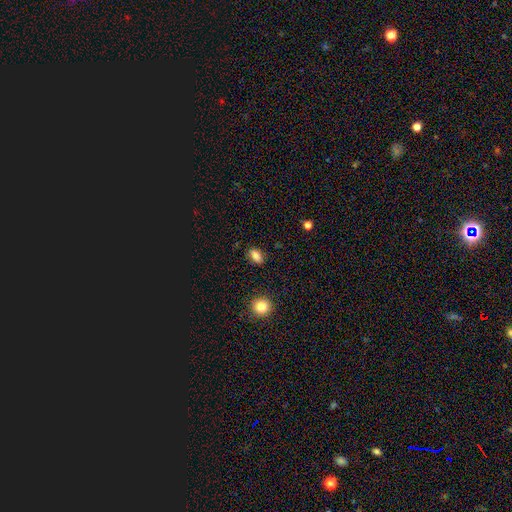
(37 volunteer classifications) smooth_or_featured: smooth (p=0.95) [alt: featured or disk p=0.03]
how_rounded: in between (p=0.80) [alt: round p=0.17]
merging: none (p=0.89) [alt: minor disturbance p=0.08]